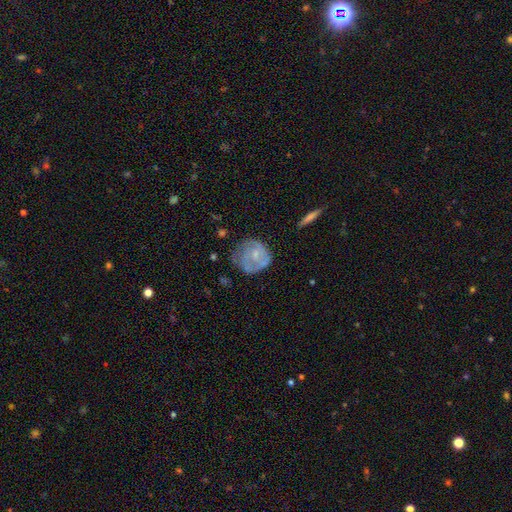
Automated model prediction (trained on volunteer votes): A featured or disk galaxy (52%).

Vote fractions:
- Smooth or featured? featured or disk: 52% / smooth: 41% / star or artifact: 7%
- Edge-on disk? no: 97% / yes: 3%
- Merging? none: 52% / minor disturbance: 29% / major disturbance: 17% / merger: 2%